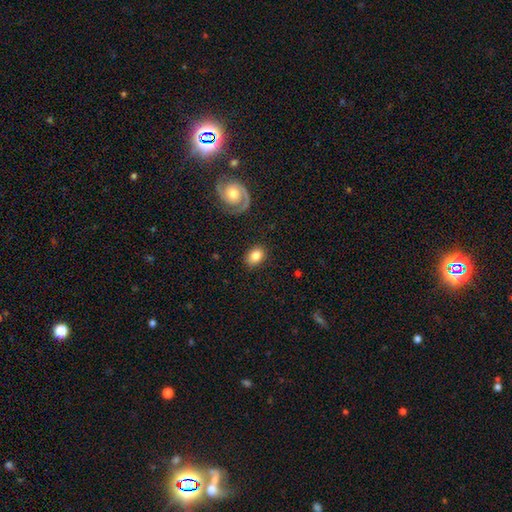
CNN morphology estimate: This is likely a smooth galaxy (79%). How rounded: likely in between (66%). Merging: clearly none (84%).